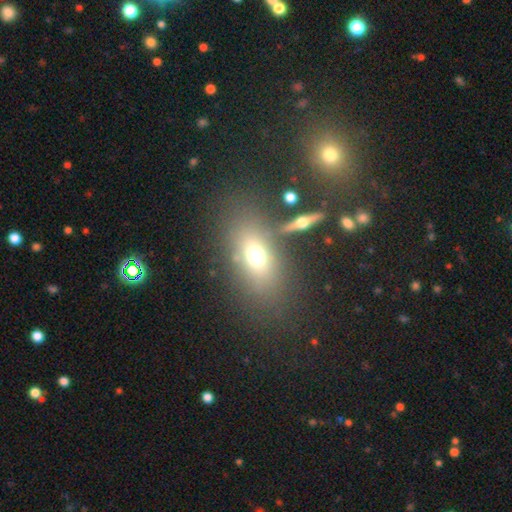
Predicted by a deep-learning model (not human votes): The model was most divided on "smooth or featured": smooth: 63%, featured or disk: 23%, star or artifact: 15%. More confident: how rounded — in between (76%); merging — none (68%).